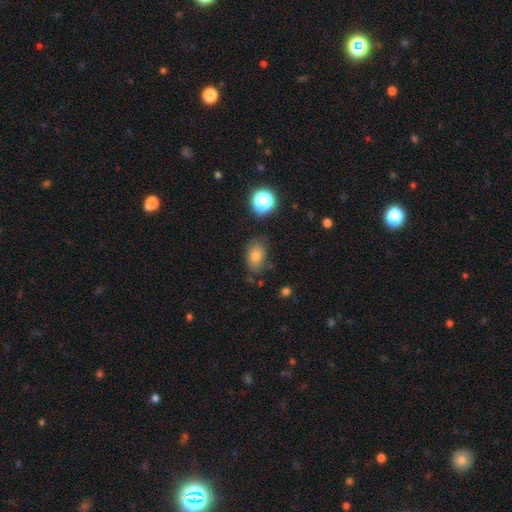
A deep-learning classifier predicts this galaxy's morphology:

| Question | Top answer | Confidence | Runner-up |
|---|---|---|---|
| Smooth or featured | smooth | 76% | star or artifact (14%) |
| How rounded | in between | 78% | round (21%) |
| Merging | none | 72% | minor disturbance (20%) |